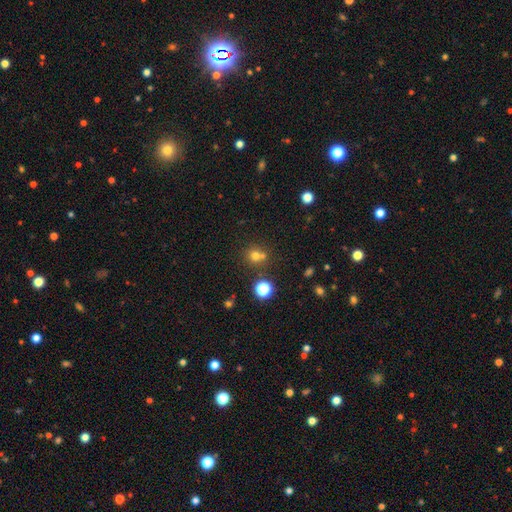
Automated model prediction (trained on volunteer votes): smooth 66%, star or artifact 24%, featured or disk 10%. Down the decision tree: how rounded — round (87%); merging — none (59%).